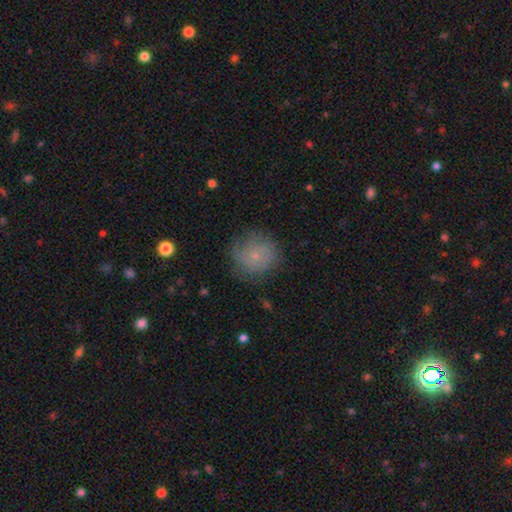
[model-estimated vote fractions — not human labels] Smooth or featured? smooth (64%)
How rounded? round (88%)
Merging? none (71%)